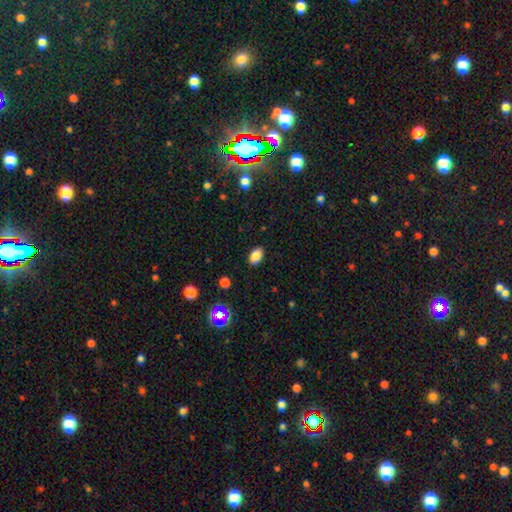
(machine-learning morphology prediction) Smooth or featured?
  - smooth: 85% *
  - star or artifact: 10%
  - featured or disk: 5%
How rounded?
  - in between: 88% *
  - round: 10%
  - cigar-shaped: 1%
Merging?
  - none: 89% *
  - minor disturbance: 8%
  - major disturbance: 2%
  - merger: 1%